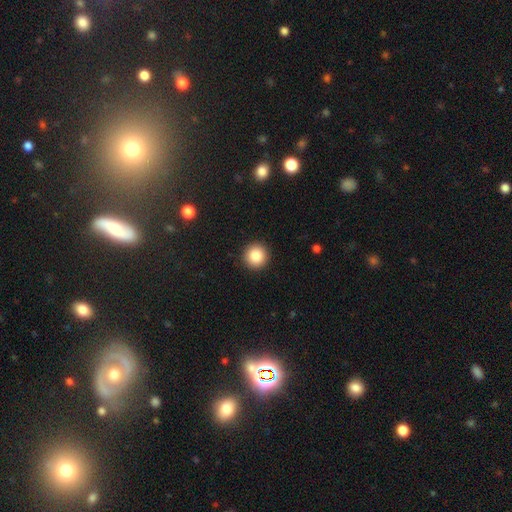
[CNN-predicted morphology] type=smooth (86%); roundness=round (95%); merging=none (92%).